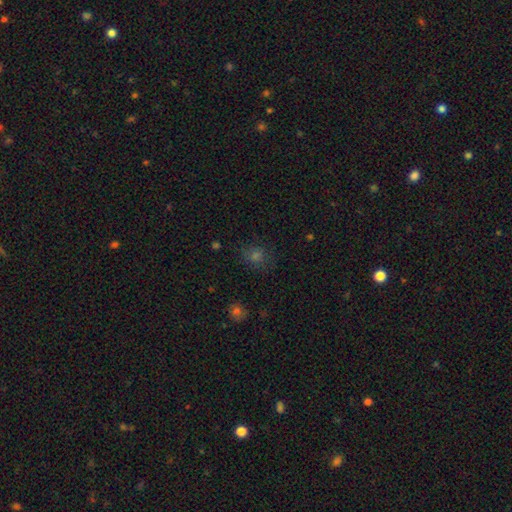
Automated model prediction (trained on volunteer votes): This is likely a smooth galaxy (62%). How rounded: likely round (77%). Merging: clearly none (81%).